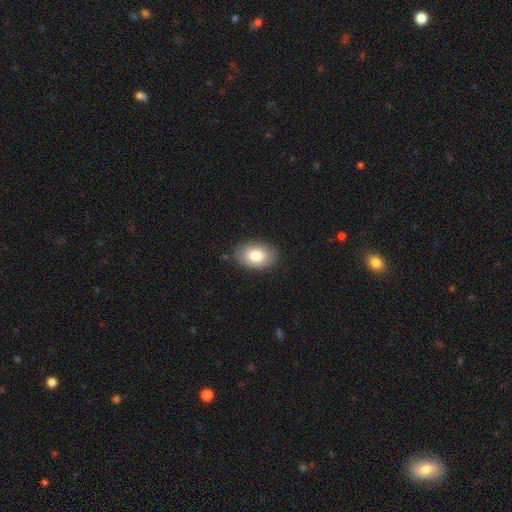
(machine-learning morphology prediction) The model was most divided on "smooth or featured": smooth: 83%, featured or disk: 10%, star or artifact: 7%. More confident: how rounded — in between (91%); merging — none (85%).